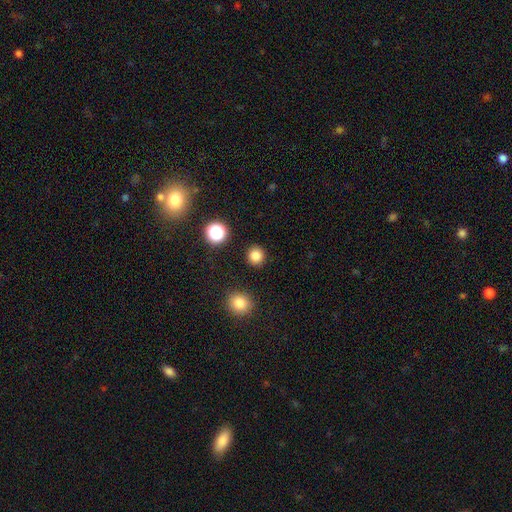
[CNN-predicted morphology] smooth 83%, star or artifact 13%, featured or disk 4%. Down the decision tree: how rounded — round (93%); merging — none (91%).